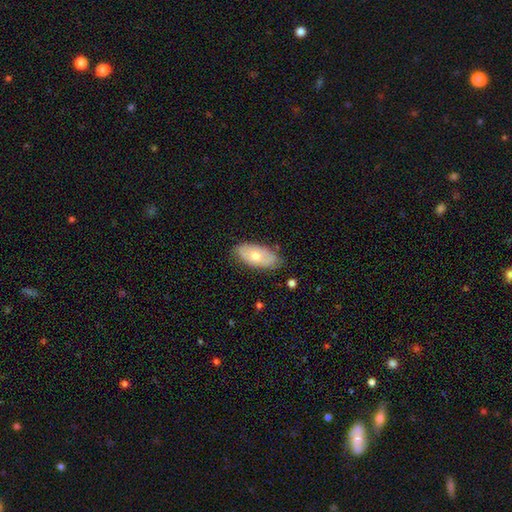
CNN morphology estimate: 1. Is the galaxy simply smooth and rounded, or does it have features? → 60% smooth, 34% featured or disk, 6% star or artifact.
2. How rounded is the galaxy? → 92% in between, 5% cigar-shaped, 3% round.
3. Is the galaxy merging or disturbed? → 74% none, 20% minor disturbance, 4% major disturbance, 2% merger.